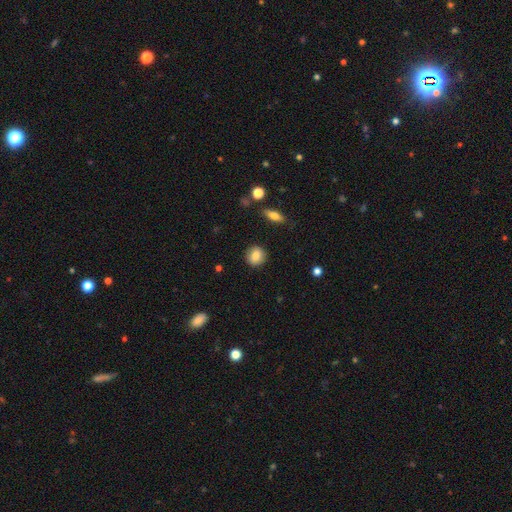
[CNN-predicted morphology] A smooth galaxy with no disk features (85%) that is round (82%).

Vote fractions:
- Smooth or featured? smooth: 85% / star or artifact: 8% / featured or disk: 7%
- How rounded? round: 82% / in between: 16% / cigar-shaped: 1%
- Merging? none: 89% / minor disturbance: 7% / major disturbance: 2% / merger: 1%